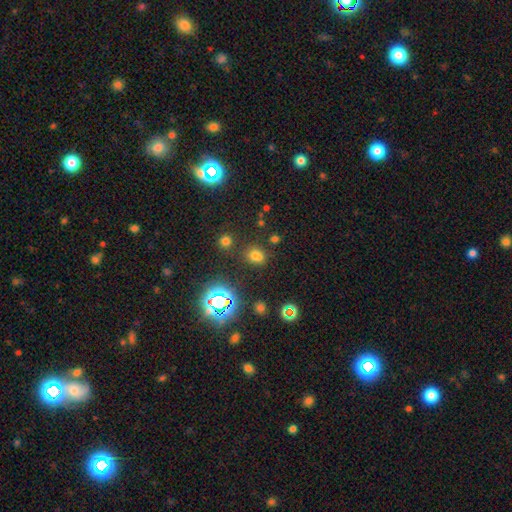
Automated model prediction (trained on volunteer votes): Smooth or featured? Predicted: smooth (p=0.63). How rounded? Predicted: round (p=0.51). Merging? Predicted: none (p=0.74).